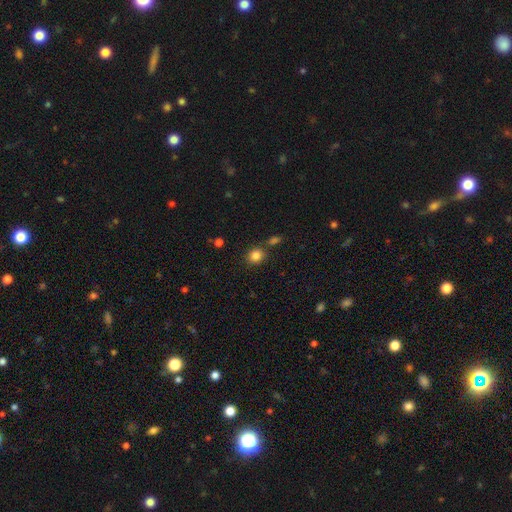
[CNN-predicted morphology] smooth-or-featured: smooth: 84% | star or artifact: 11% | featured or disk: 5%
  how-rounded: round: 81% | in between: 19% | cigar-shaped: 1%
  merging: none: 79% | minor disturbance: 9% | merger: 8% | major disturbance: 3%